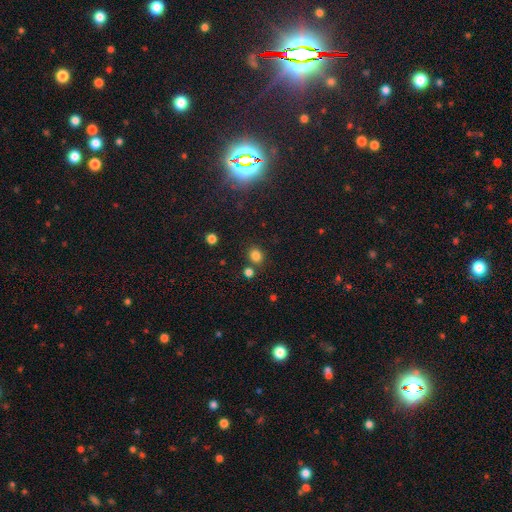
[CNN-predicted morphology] This is likely a smooth galaxy (79%). How rounded: likely round (74%). Merging: likely none (76%).